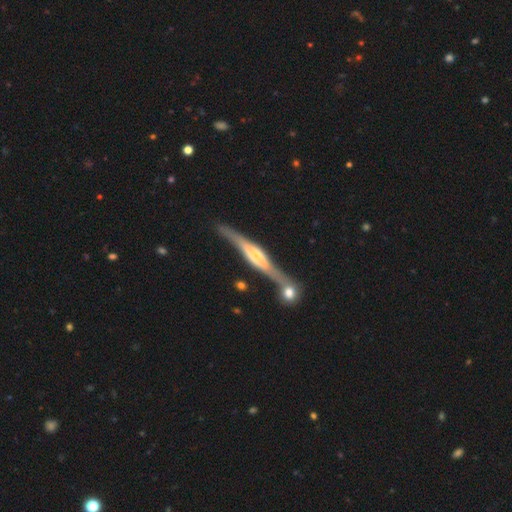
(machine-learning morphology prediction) smooth-or-featured: featured or disk: 80% | smooth: 15% | star or artifact: 5%
  disk-edge-on: yes: 96% | no: 4%
    edge-on-bulge: rounded: 64% | boxy: 30% | none: 7%
  merging: none: 68% | merger: 16% | minor disturbance: 13% | major disturbance: 4%